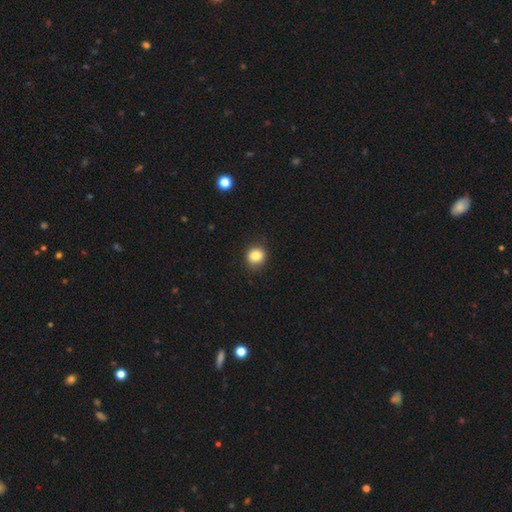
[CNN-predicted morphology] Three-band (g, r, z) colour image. It shows a smooth galaxy with no disk features (83%) that is round (87%). Merging: none (88%).